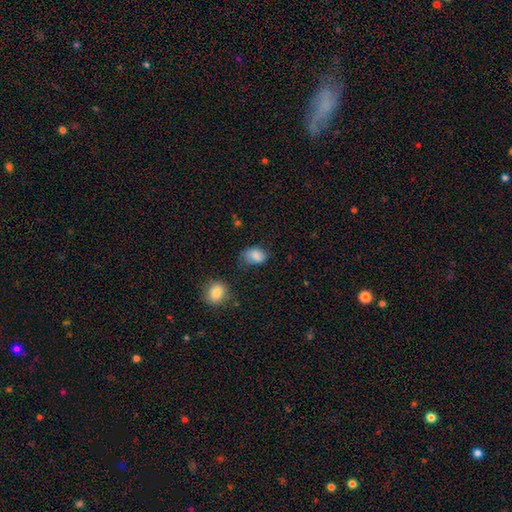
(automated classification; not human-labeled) Q: Smooth or featured?
A: smooth (83%); runner-up: star or artifact (9%)
Q: How rounded?
A: in between (79%); runner-up: round (20%)
Q: Merging?
A: none (54%); runner-up: minor disturbance (32%)